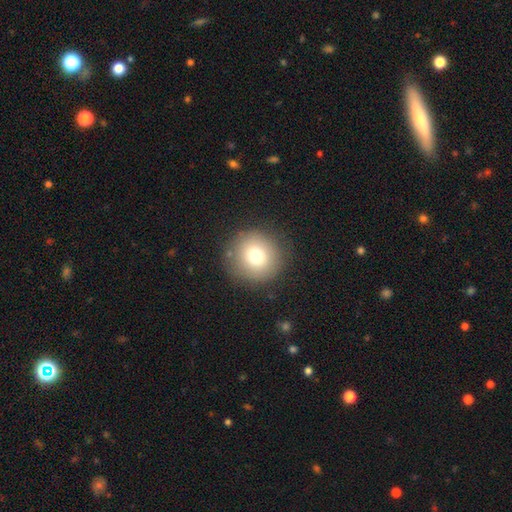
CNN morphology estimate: Smooth or featured?
  - smooth: 76% *
  - featured or disk: 12%
  - star or artifact: 12%
How rounded?
  - round: 94% *
  - in between: 5%
  - cigar-shaped: 1%
Merging?
  - none: 86% *
  - minor disturbance: 8%
  - major disturbance: 4%
  - merger: 2%